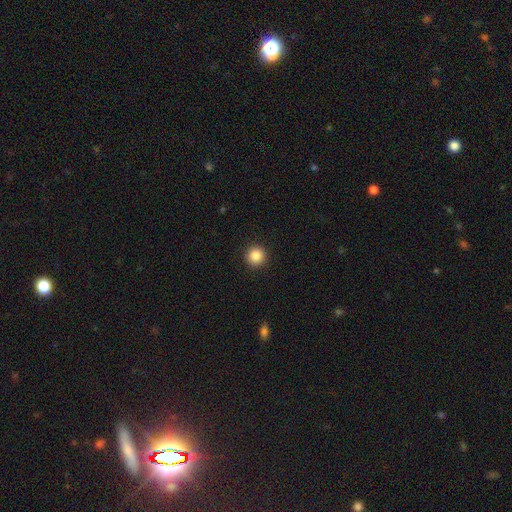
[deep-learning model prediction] smooth-or-featured: smooth: 87% | star or artifact: 10% | featured or disk: 4%
  how-rounded: round: 95% | in between: 4% | cigar-shaped: 1%
  merging: none: 93% | minor disturbance: 5% | major disturbance: 2% | merger: 1%